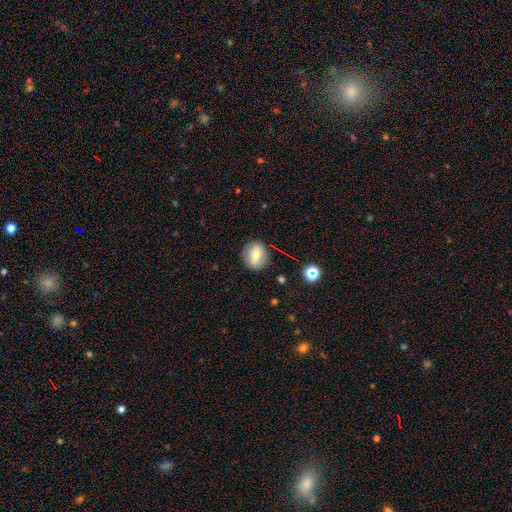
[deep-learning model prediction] smooth-or-featured: smooth: 64% | featured or disk: 25% | star or artifact: 10%
  how-rounded: round: 66% | in between: 32% | cigar-shaped: 1%
  merging: none: 84% | minor disturbance: 11% | major disturbance: 3% | merger: 2%